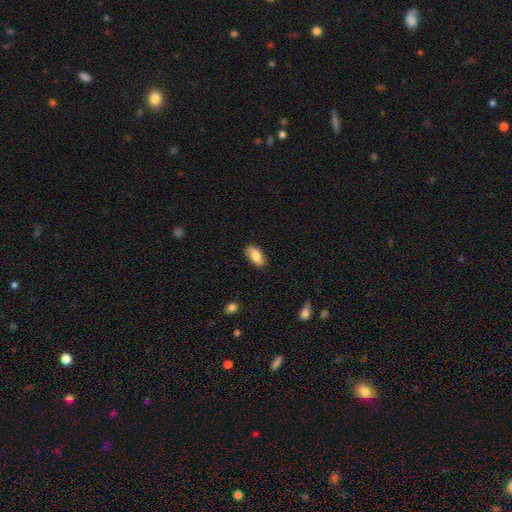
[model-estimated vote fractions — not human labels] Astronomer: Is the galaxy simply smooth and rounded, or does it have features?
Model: smooth — 80%.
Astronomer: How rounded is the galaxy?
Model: in between — 92%.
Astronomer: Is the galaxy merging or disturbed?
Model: none — 82%.